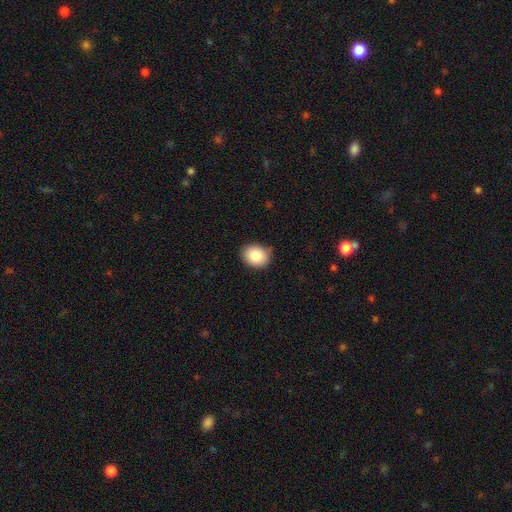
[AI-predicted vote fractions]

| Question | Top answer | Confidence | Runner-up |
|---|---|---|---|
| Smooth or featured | smooth | 85% | star or artifact (8%) |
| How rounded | round | 50% | in between (49%) |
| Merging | none | 78% | minor disturbance (18%) |